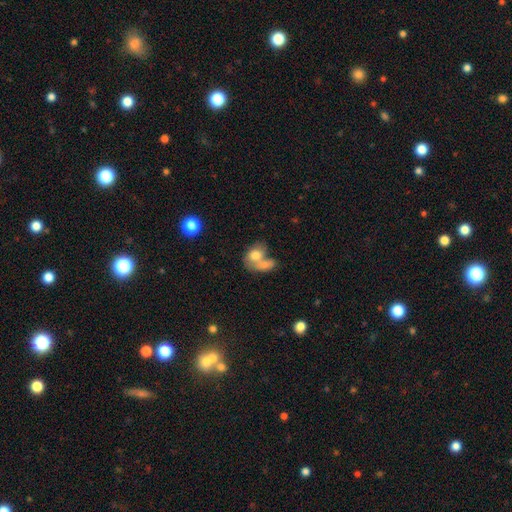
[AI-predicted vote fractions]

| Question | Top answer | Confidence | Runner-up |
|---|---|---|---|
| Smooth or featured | smooth | 72% | featured or disk (20%) |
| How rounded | in between | 65% | round (33%) |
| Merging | merger | 68% | none (17%) |